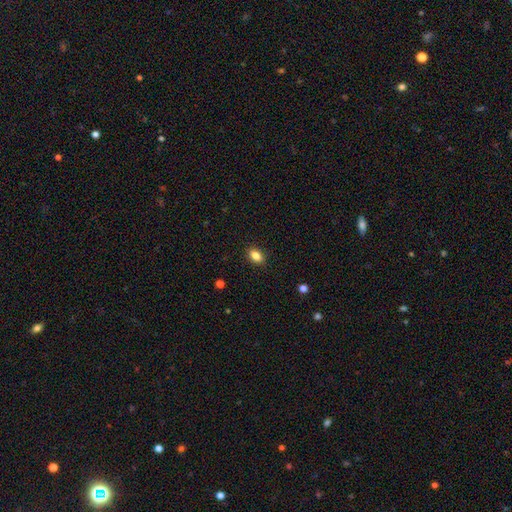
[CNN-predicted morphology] A smooth galaxy with no disk features (84%) that is in between round and cigar-shaped (79%). Merging: none (89%).